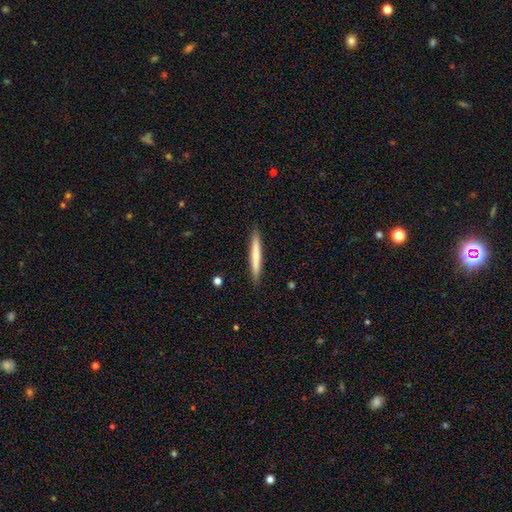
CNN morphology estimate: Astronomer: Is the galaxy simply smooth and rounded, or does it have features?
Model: smooth — 66%.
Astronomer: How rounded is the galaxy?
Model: cigar-shaped — 96%.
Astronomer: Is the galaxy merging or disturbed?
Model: none — 90%.